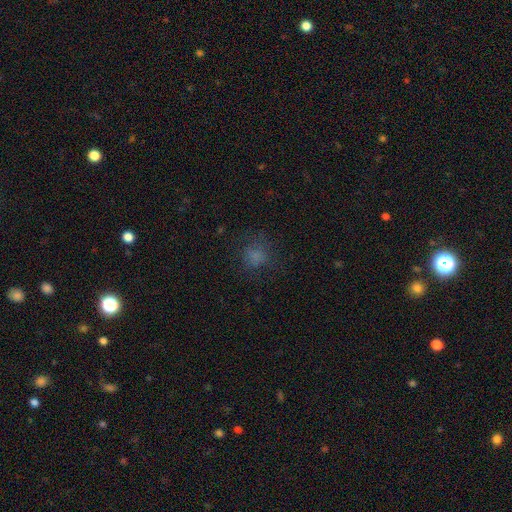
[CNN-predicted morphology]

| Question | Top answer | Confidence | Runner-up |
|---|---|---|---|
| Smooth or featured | smooth | 70% | star or artifact (20%) |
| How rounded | round | 78% | in between (21%) |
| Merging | none | 68% | minor disturbance (17%) |